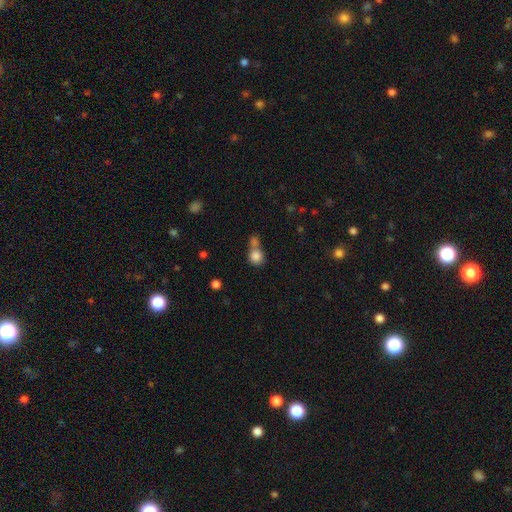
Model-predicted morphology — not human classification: smooth-or-featured: smooth: 83% | star or artifact: 10% | featured or disk: 7%
  how-rounded: round: 83% | in between: 15% | cigar-shaped: 1%
  merging: merger: 48% | none: 39% | minor disturbance: 9% | major disturbance: 5%